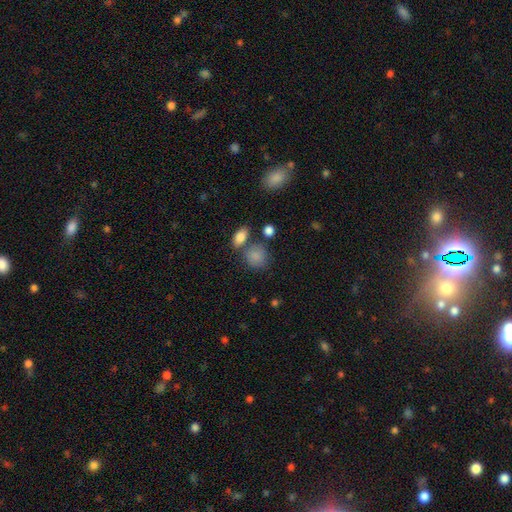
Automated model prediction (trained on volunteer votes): smooth-or-featured: smooth: 83% | star or artifact: 9% | featured or disk: 7%
  how-rounded: round: 69% | in between: 29% | cigar-shaped: 1%
  merging: none: 61% | merger: 17% | minor disturbance: 16% | major disturbance: 6%